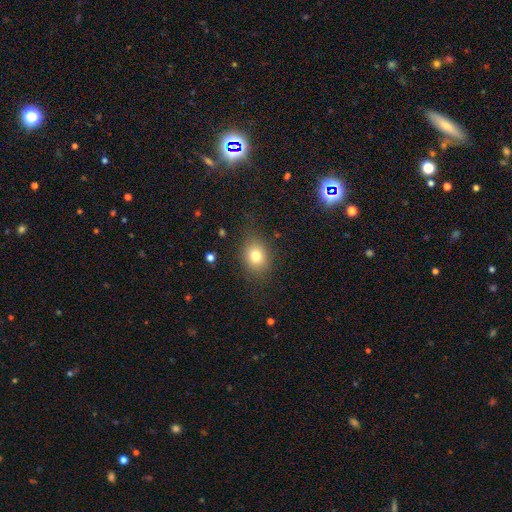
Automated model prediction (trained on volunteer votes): A smooth galaxy with no disk features (78%) that is in between round and cigar-shaped (57%). Merging: none (80%).